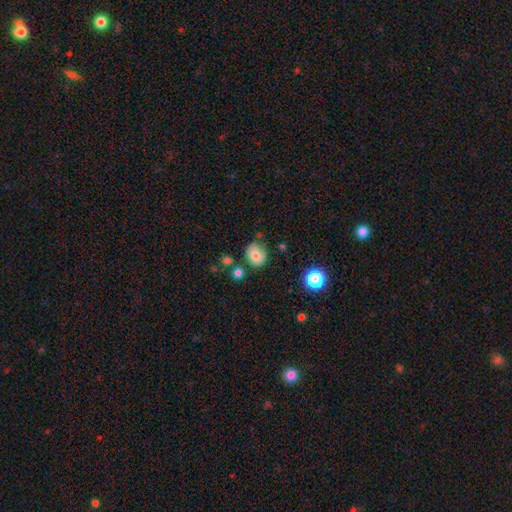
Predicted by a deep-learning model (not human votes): A smooth galaxy with no disk features (73%) that is round (66%).

Vote fractions:
- Smooth or featured? smooth: 73% / featured or disk: 17% / star or artifact: 10%
- How rounded? round: 66% / in between: 33% / cigar-shaped: 1%
- Merging? none: 68% / minor disturbance: 21% / merger: 6% / major disturbance: 5%